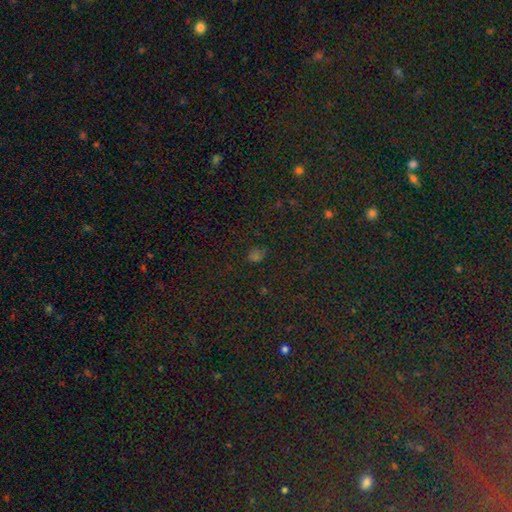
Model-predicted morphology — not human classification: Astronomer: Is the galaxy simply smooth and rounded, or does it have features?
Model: smooth — 48% (runner-up: star or artifact, 44%).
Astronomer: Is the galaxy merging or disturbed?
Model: none — 74%.